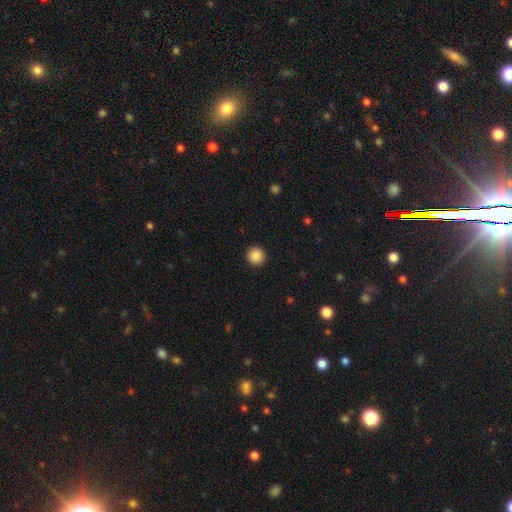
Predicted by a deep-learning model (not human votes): A smooth galaxy with no disk features (88%) that is round (95%). Merging: none (93%).